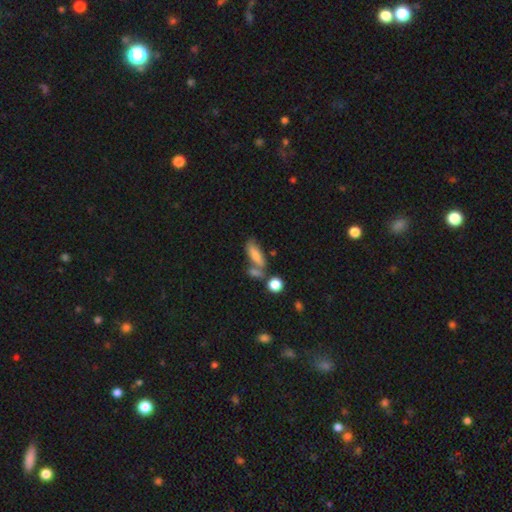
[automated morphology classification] This appears to be a smooth galaxy with no disk features (72%) that is in between round and cigar-shaped (67%). Merging: none (45%).